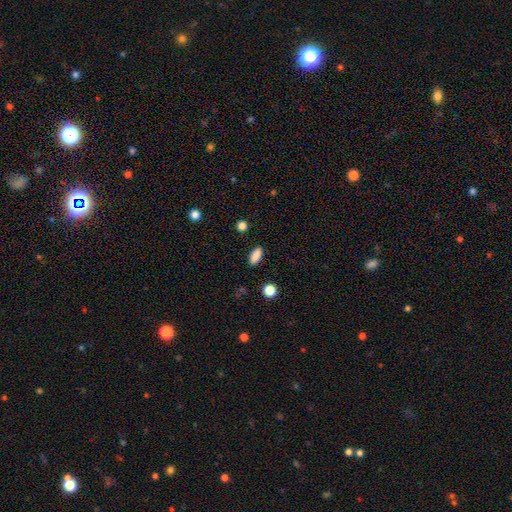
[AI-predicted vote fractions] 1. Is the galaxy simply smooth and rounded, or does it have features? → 87% smooth, 8% star or artifact, 5% featured or disk.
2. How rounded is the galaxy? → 77% in between, 20% cigar-shaped, 4% round.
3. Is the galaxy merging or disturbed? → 89% none, 8% minor disturbance, 2% major disturbance, 1% merger.